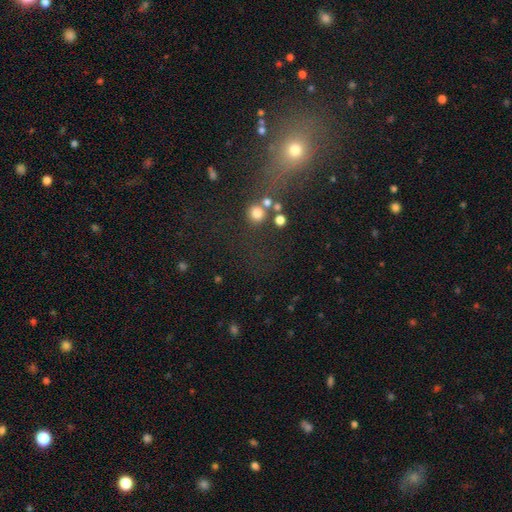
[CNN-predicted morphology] Smooth or featured? star or artifact (51%)